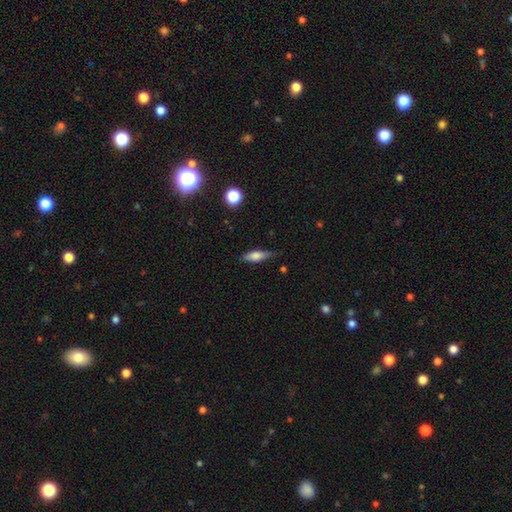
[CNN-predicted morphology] Smooth or featured: smooth — 64% (featured or disk — 28%)
How rounded: in between — 51% (cigar-shaped — 46%)
Merging: none — 73% (minor disturbance — 21%)